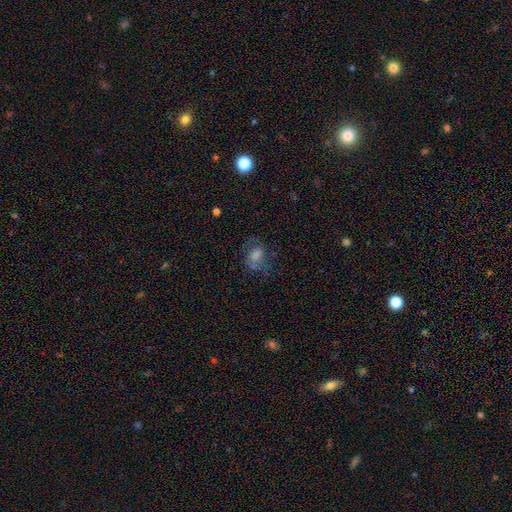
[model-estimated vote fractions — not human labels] Morphology: type=smooth (54%); roundness=in between (70%); merging=none (51%).